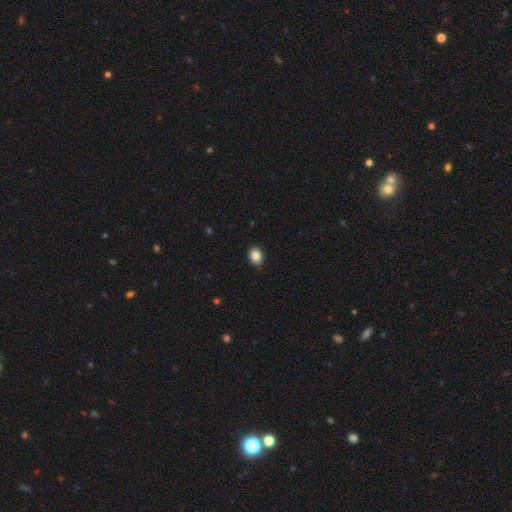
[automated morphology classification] The model was most divided on "how rounded": in between: 62%, round: 37%, cigar-shaped: 1%. More confident: merging — none (90%); smooth or featured — smooth (86%).